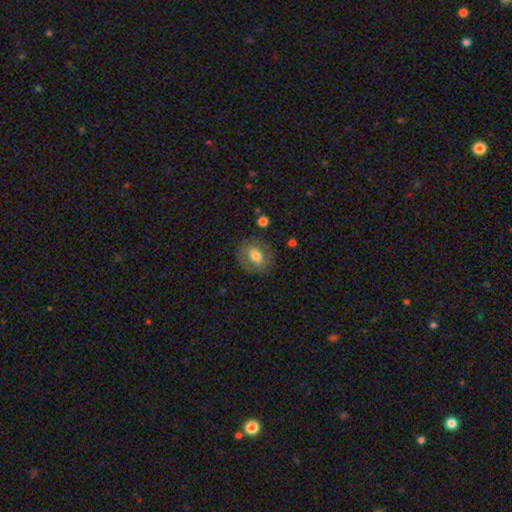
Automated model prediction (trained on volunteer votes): smooth 62%, featured or disk 30%, star or artifact 8%. Down the decision tree: how rounded — round (55%); merging — none (79%).